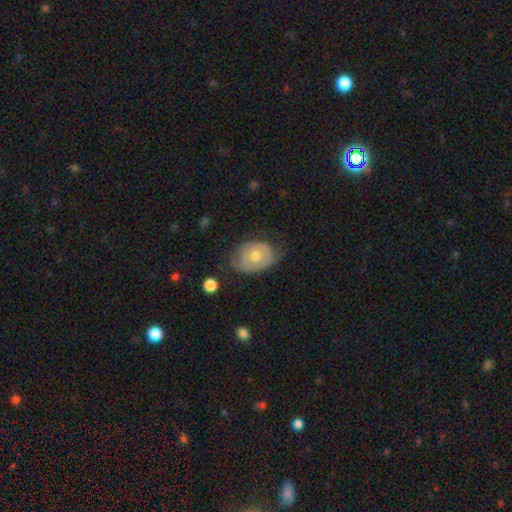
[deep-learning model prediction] smooth-or-featured: smooth: 49% | featured or disk: 44% | star or artifact: 7%
  merging: none: 56% | minor disturbance: 32% | major disturbance: 11% | merger: 2%